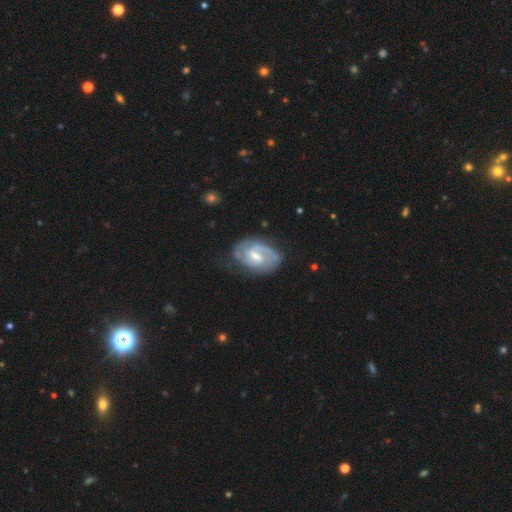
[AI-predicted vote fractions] This is clearly a featured or disk galaxy (83%). It is clearly not viewed edge-on (97%). Bar: likely weak (64%). Spiral arm pattern: clearly yes (94%). Spiral arm count: likely 2 (70%). Spiral winding: possibly medium (46%). Central bulge: possibly moderate (50%). Merging: likely none (70%).